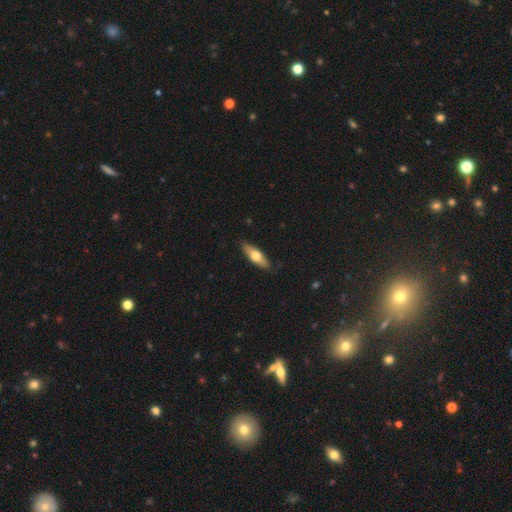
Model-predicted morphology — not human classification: smooth-or-featured: smooth: 55% | featured or disk: 40% | star or artifact: 5%
  how-rounded: cigar-shaped: 49% | in between: 48% | round: 3%
  merging: none: 87% | minor disturbance: 10% | major disturbance: 2% | merger: 1%